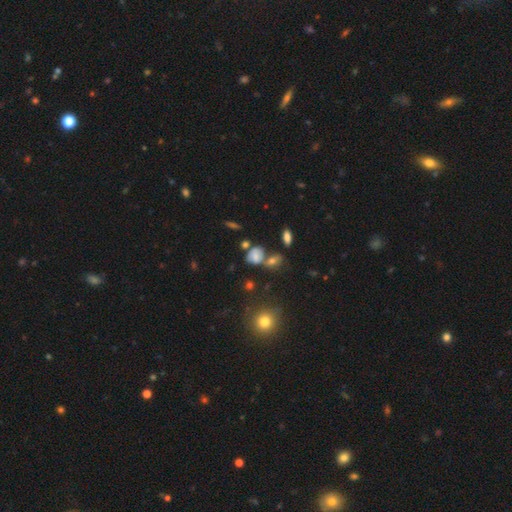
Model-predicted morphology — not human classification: This appears to be a smooth galaxy with no disk features (59%) that is in between round and cigar-shaped (54%). Merging: none (46%).